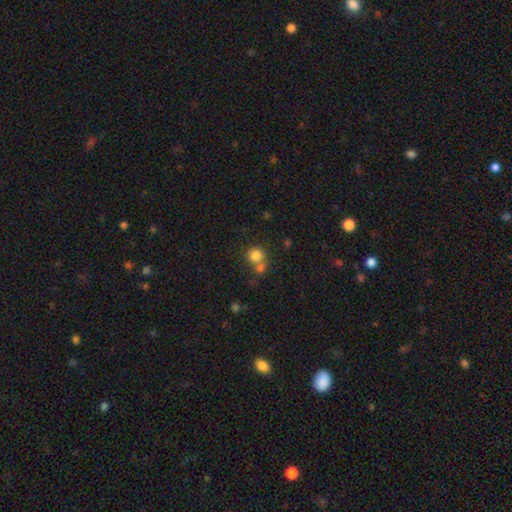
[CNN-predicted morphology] smooth 80%, star or artifact 11%, featured or disk 8%. Down the decision tree: how rounded — round (87%); merging — none (49%).